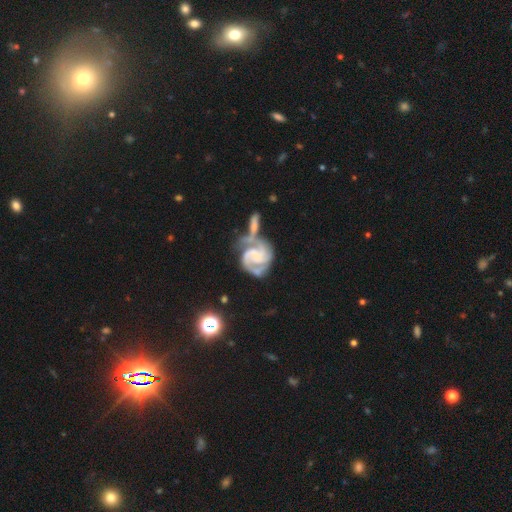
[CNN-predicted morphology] Overall: featured or disk (90%). Edge-on disk: no (98%). Bar: no (55%; weak 34%). Spiral arms: yes (98%). Spiral arm count: 2 (55%; 3 26%). Spiral winding: tight (50%; medium 42%). Bulge size: small (55%; none 26%). Merging: merger (39%; none 31%).